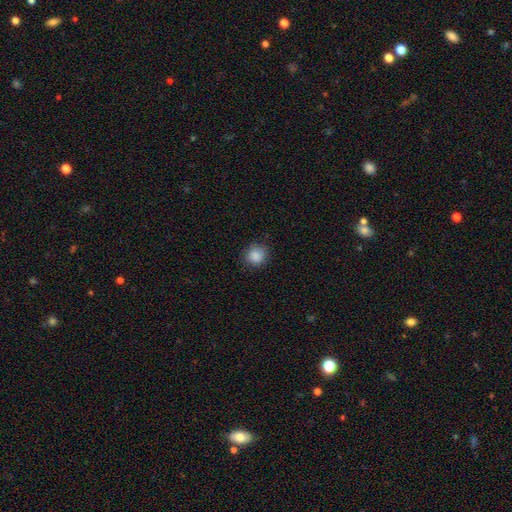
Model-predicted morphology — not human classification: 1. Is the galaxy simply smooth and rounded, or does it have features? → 87% smooth, 9% star or artifact, 4% featured or disk.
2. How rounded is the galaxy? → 83% round, 16% in between, 1% cigar-shaped.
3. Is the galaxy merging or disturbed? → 84% none, 12% minor disturbance, 3% major disturbance, 1% merger.